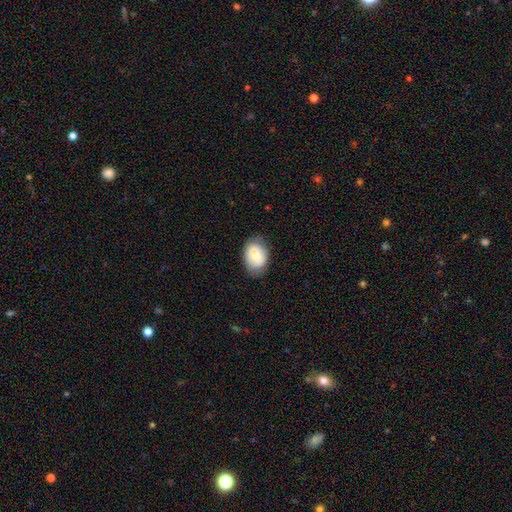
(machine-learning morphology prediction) A smooth galaxy with no disk features (61%) that is in between round and cigar-shaped (81%). Merging: none (71%).